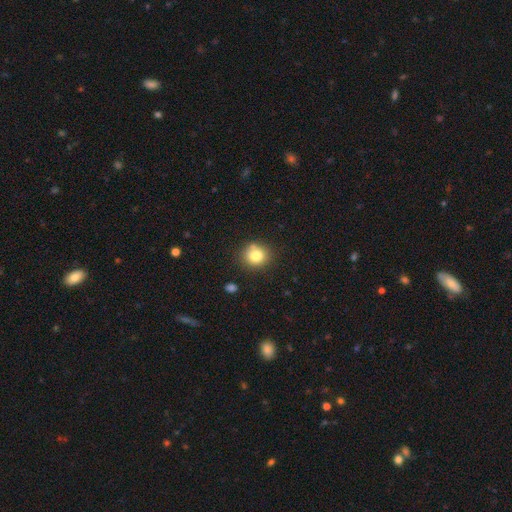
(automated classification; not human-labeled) Overall: smooth (79%). How rounded: round (85%). Merging: none (76%).